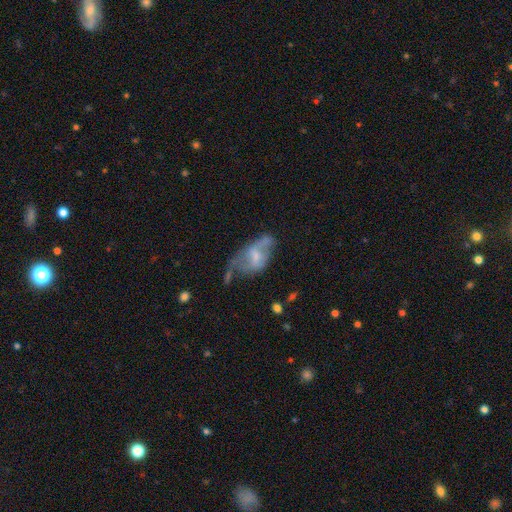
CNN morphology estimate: This is possibly a featured or disk galaxy (54%). It is clearly not viewed edge-on (92%). Merging: marginally major disturbance (38%).